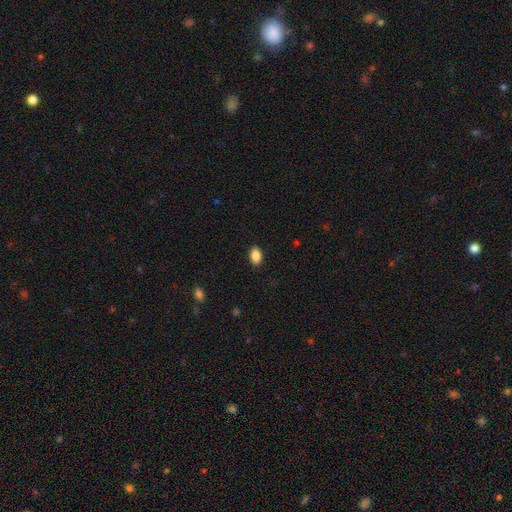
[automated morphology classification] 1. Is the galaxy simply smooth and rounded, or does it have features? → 88% smooth, 8% star or artifact, 4% featured or disk.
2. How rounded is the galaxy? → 89% in between, 9% round, 2% cigar-shaped.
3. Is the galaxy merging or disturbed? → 89% none, 8% minor disturbance, 2% major disturbance, 1% merger.